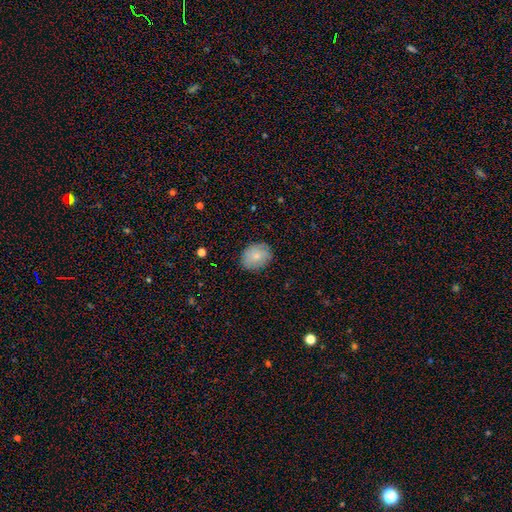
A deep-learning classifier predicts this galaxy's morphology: Smooth or featured? smooth (78%)
How rounded? in between (53%)
Merging? none (82%)